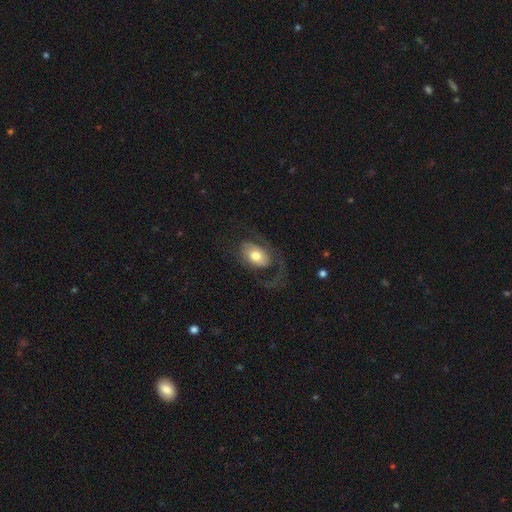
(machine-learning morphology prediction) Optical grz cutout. It shows a featured or disk galaxy (48%). Merging: none (43%).